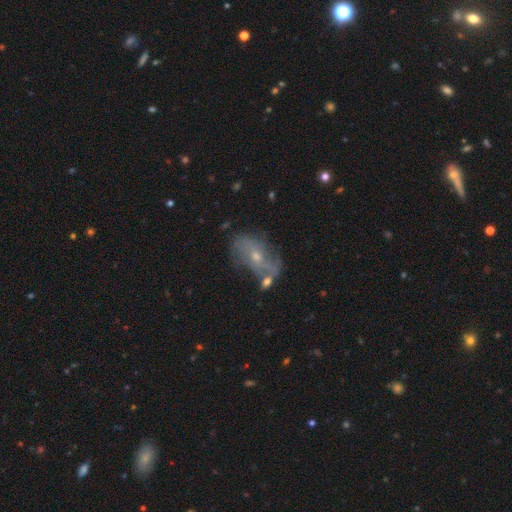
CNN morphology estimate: Q: Smooth or featured?
A: featured or disk (65%); runner-up: smooth (25%)
Q: Edge-on disk?
A: no (93%); runner-up: yes (7%)
Q: Bar?
A: no (62%); runner-up: weak (29%)
Q: Spiral arms?
A: yes (66%); runner-up: no (34%)
Q: Bulge size?
A: small (55%); runner-up: moderate (41%)
Q: Merging?
A: none (46%); runner-up: minor disturbance (23%)